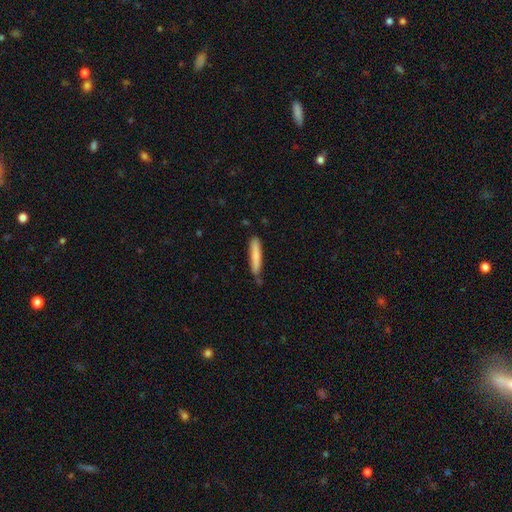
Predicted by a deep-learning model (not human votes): Smooth or featured: smooth — 79% (featured or disk — 16%)
How rounded: cigar-shaped — 93% (in between — 6%)
Merging: none — 78% (minor disturbance — 16%)